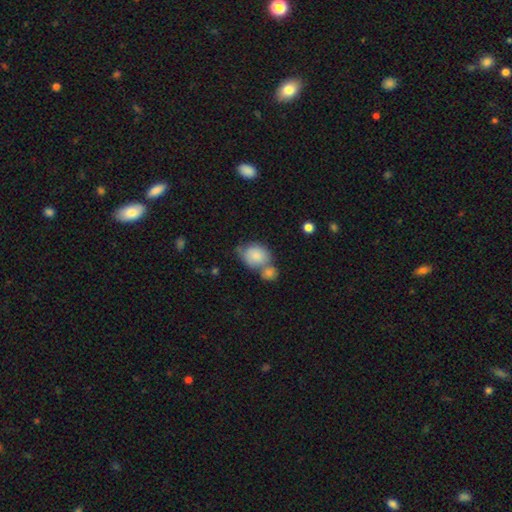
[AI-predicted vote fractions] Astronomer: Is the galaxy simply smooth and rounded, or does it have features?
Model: smooth — 82%.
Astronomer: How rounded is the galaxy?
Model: in between — 49%, tied with round at 49%.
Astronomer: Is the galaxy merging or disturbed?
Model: merger — 48% (runner-up: none, 31%).